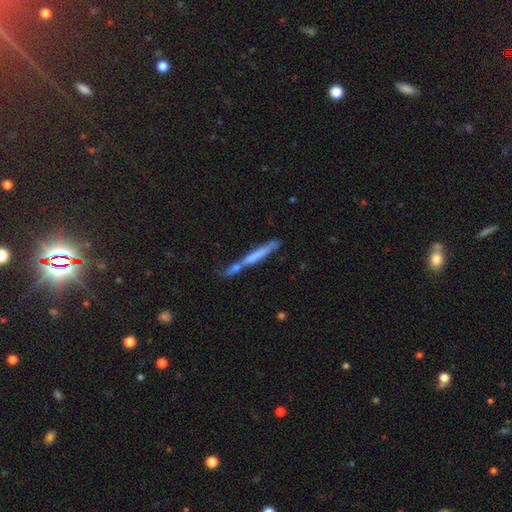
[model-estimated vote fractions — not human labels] Smooth or featured? smooth (53%)
How rounded? cigar-shaped (95%)
Merging? none (53%)